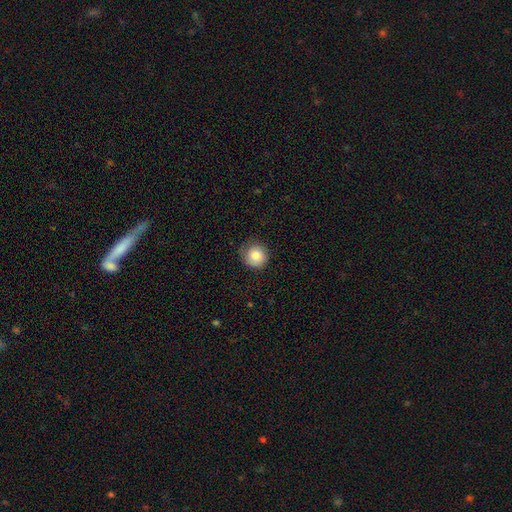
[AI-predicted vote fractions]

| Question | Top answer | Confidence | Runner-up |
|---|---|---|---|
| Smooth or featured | smooth | 83% | featured or disk (9%) |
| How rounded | round | 90% | in between (9%) |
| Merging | none | 74% | minor disturbance (20%) |